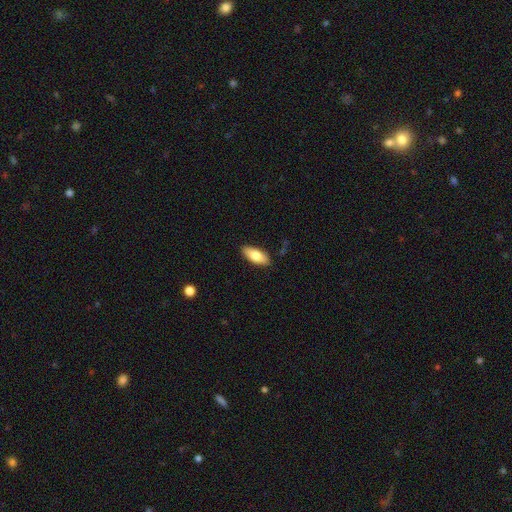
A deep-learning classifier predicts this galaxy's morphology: type=smooth (78%); roundness=in between (84%); merging=none (87%).